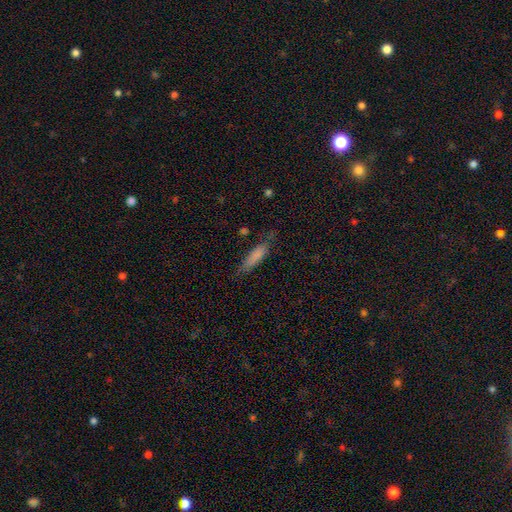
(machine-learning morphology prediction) smooth_or_featured: smooth (p=0.78) [alt: featured or disk p=0.15]
how_rounded: cigar-shaped (p=0.67) [alt: in between p=0.31]
merging: none (p=0.65) [alt: minor disturbance p=0.25]